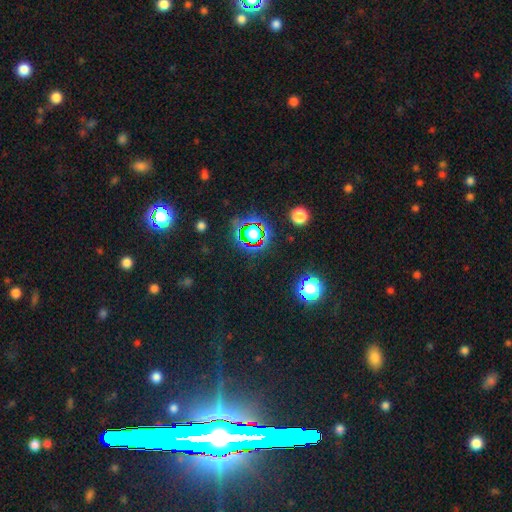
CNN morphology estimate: star or artifact 78%, featured or disk 12%, smooth 11%.